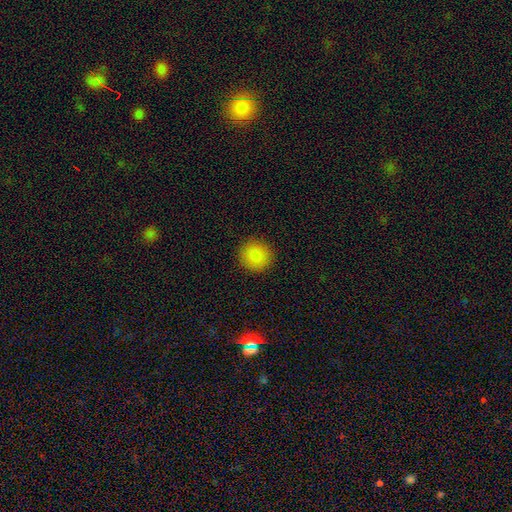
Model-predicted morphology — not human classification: A smooth galaxy with no disk features (87%) that is round (94%). Merging: none (92%).